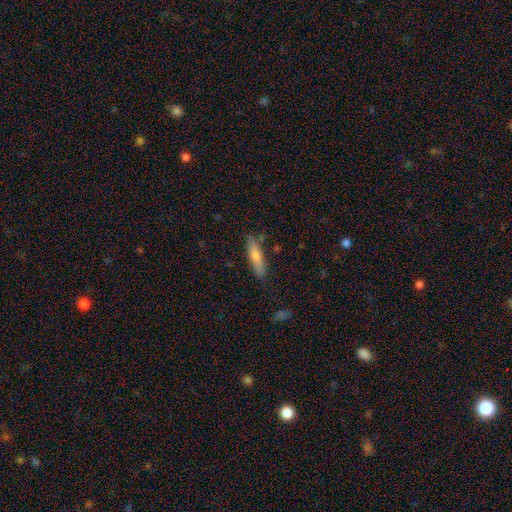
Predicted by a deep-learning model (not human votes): A smooth galaxy with no disk features (72%) that is cigar-shaped (76%). Merging: none (79%).